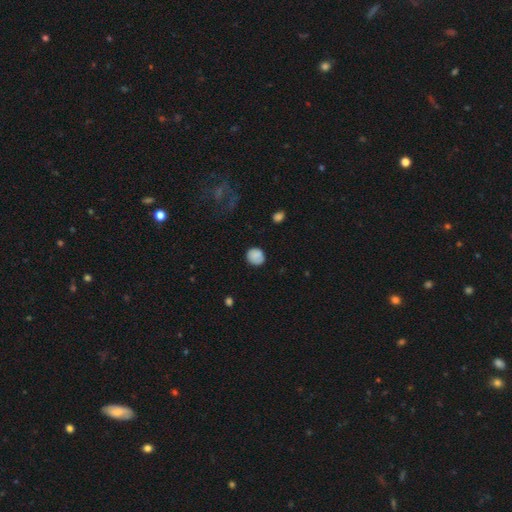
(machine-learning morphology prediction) The model was most divided on "how rounded": round: 81%, in between: 18%, cigar-shaped: 1%. More confident: smooth or featured — smooth (85%); merging — none (82%).